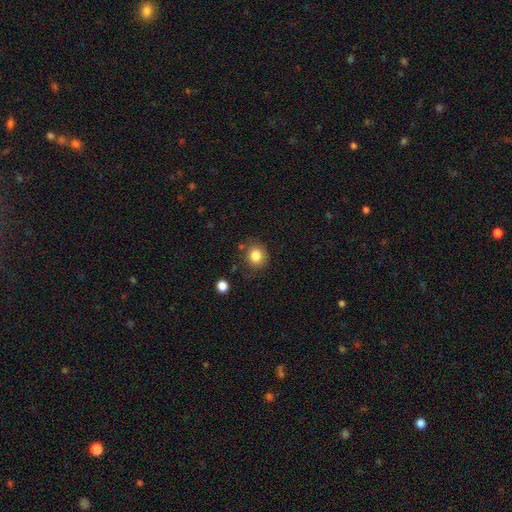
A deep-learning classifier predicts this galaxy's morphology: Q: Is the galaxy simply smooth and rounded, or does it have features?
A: smooth — 84%.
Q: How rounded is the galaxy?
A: round — 77%.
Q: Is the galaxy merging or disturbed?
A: none — 78%.